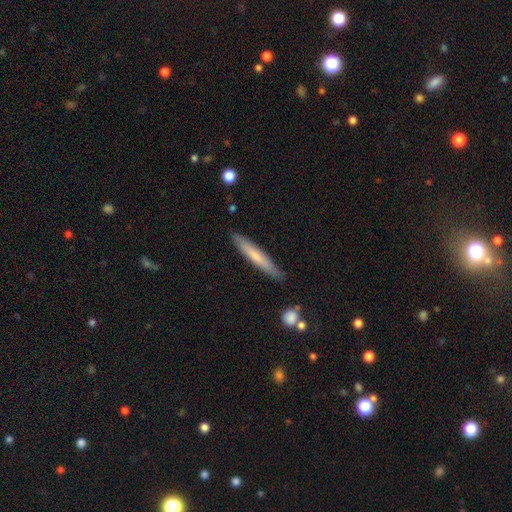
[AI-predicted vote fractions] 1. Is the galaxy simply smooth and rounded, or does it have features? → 63% smooth, 32% featured or disk, 5% star or artifact.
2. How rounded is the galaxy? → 93% cigar-shaped, 5% in between, 1% round.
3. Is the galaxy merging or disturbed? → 88% none, 9% minor disturbance, 2% major disturbance, 2% merger.